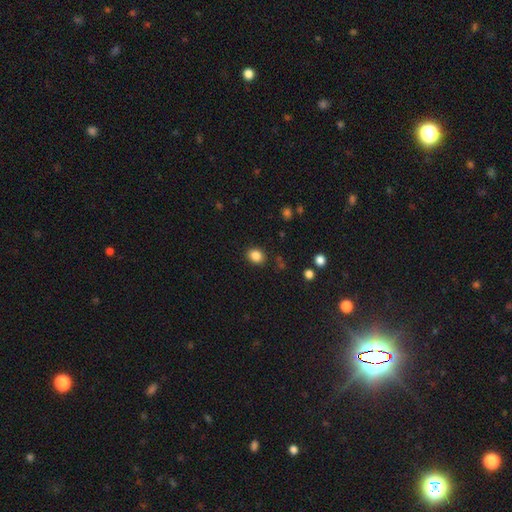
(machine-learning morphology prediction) Overall: smooth (85%). How rounded: round (56%; in between 43%). Merging: none (87%).